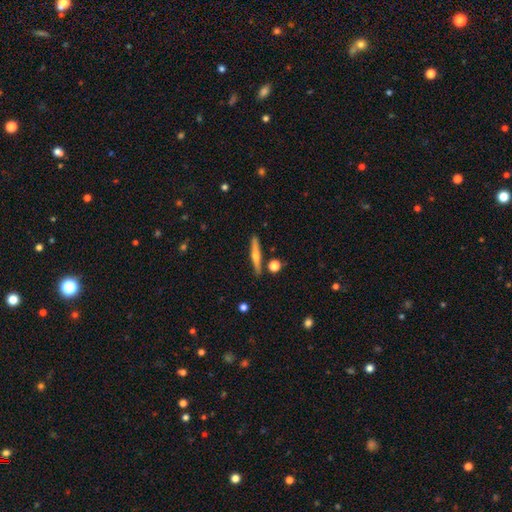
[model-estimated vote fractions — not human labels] Smooth or featured? featured or disk (51%)
Edge-on disk? yes (96%)
Merging? none (85%)